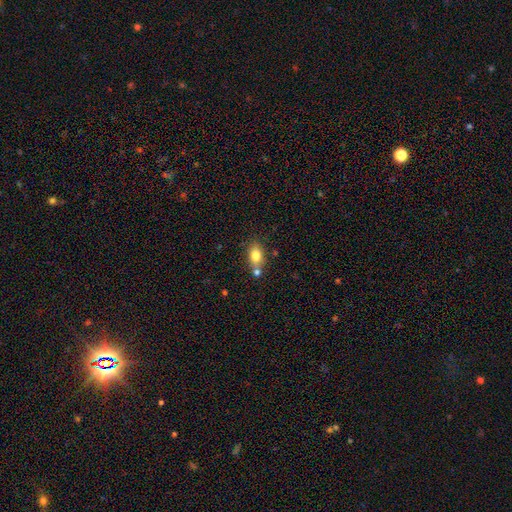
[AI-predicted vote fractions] A smooth galaxy with no disk features (79%) that is in between round and cigar-shaped (80%).

Vote fractions:
- Smooth or featured? smooth: 79% / featured or disk: 12% / star or artifact: 9%
- How rounded? in between: 80% / round: 17% / cigar-shaped: 3%
- Merging? none: 61% / merger: 21% / minor disturbance: 14% / major disturbance: 4%